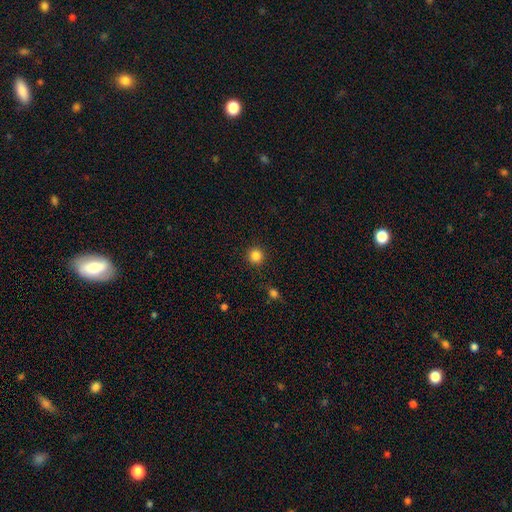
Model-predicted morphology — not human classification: Smooth or featured? smooth (84%)
How rounded? round (95%)
Merging? none (92%)